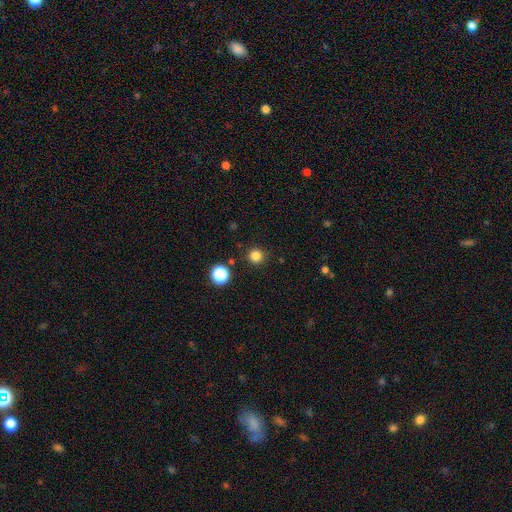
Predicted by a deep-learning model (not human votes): This appears to be a smooth galaxy with no disk features (82%) that is round (95%). Merging: none (91%).